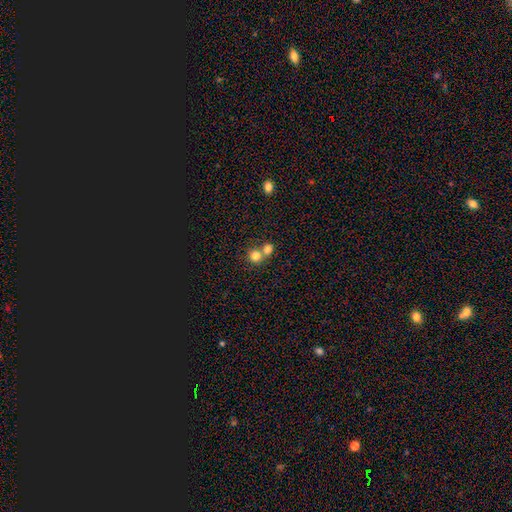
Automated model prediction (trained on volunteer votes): A smooth galaxy with no disk features (79%) that is round (88%). Merging: merger (51%).